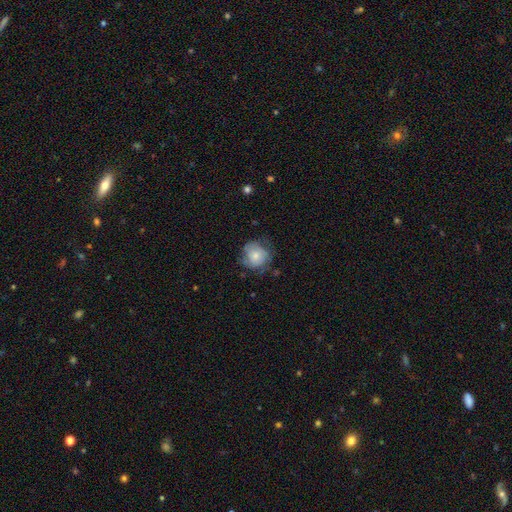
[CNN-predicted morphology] Smooth or featured?
  - smooth: 66% *
  - featured or disk: 27%
  - star or artifact: 8%
How rounded?
  - round: 83% *
  - in between: 16%
  - cigar-shaped: 1%
Merging?
  - none: 59% *
  - minor disturbance: 28%
  - major disturbance: 11%
  - merger: 2%